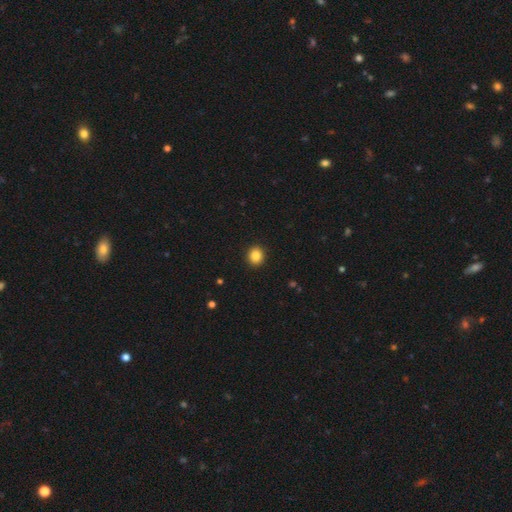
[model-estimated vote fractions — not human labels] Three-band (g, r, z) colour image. It shows a smooth galaxy with no disk features (86%) that is round (84%). Merging: none (92%).